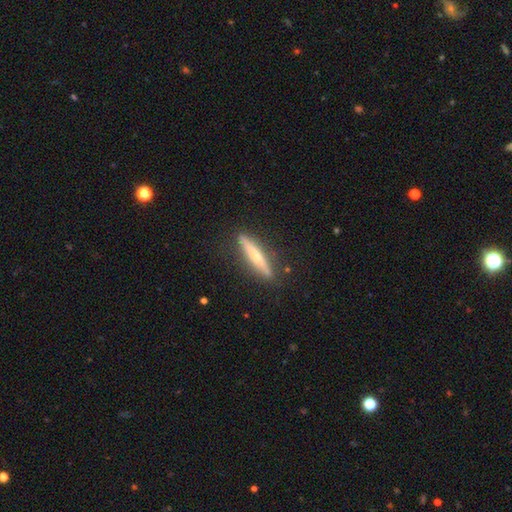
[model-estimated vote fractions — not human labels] Smooth or featured: featured or disk — 53% (smooth — 40%)
Edge-on disk: yes — 95% (no — 5%)
Edge-on bulge: rounded — 59% (none — 32%)
Merging: none — 88% (minor disturbance — 9%)